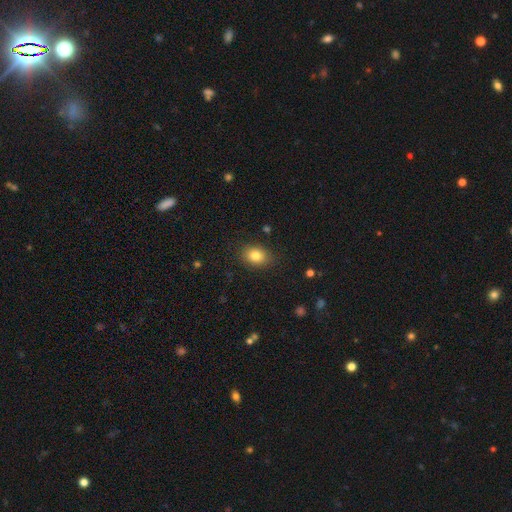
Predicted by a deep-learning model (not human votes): Smooth or featured?
  - smooth: 82% *
  - star or artifact: 10%
  - featured or disk: 8%
How rounded?
  - in between: 63% *
  - round: 36%
  - cigar-shaped: 1%
Merging?
  - none: 86% *
  - minor disturbance: 10%
  - major disturbance: 3%
  - merger: 1%